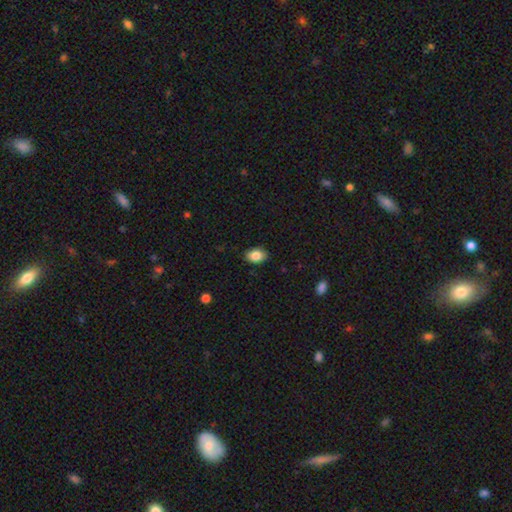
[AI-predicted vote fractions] Overall: smooth (86%). How rounded: in between (82%). Merging: none (88%).